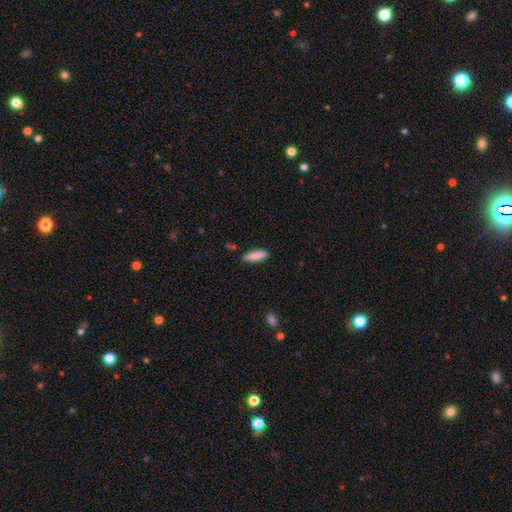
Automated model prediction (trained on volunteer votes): A smooth galaxy with no disk features (87%) that is cigar-shaped (59%).

Vote fractions:
- Smooth or featured? smooth: 87% / featured or disk: 6% / star or artifact: 6%
- How rounded? cigar-shaped: 59% / in between: 40% / round: 2%
- Merging? none: 86% / minor disturbance: 10% / major disturbance: 2% / merger: 2%